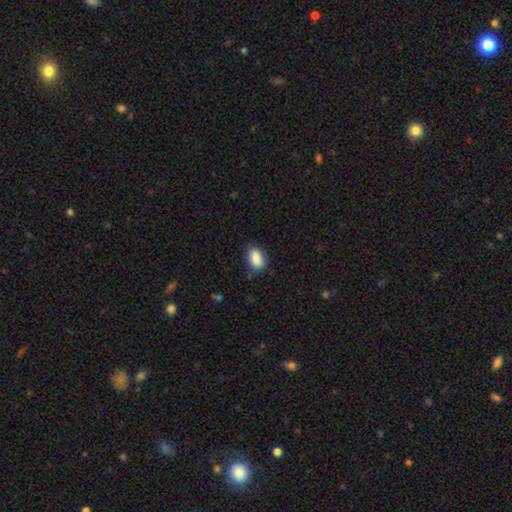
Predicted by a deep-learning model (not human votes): A smooth galaxy with no disk features (88%) that is in between round and cigar-shaped (89%). Merging: none (78%).